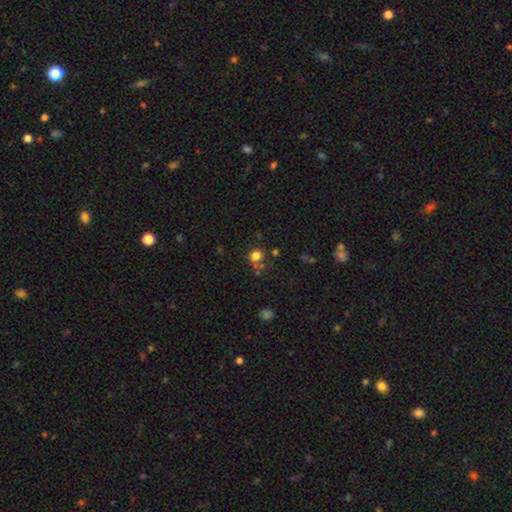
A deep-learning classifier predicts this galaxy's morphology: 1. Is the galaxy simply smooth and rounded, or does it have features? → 77% smooth, 16% star or artifact, 7% featured or disk.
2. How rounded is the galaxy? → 80% round, 19% in between, 1% cigar-shaped.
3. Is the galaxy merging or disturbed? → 65% none, 15% merger, 14% minor disturbance, 6% major disturbance.